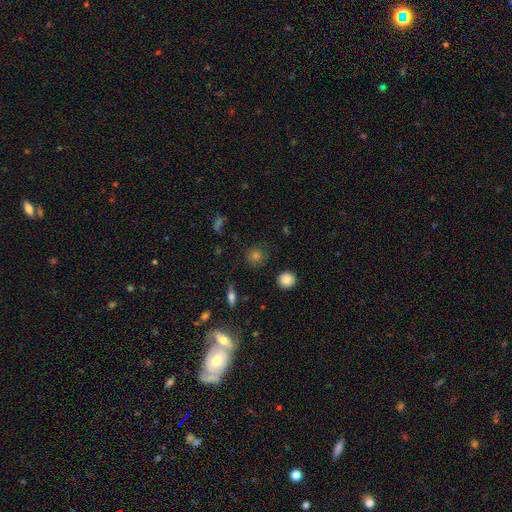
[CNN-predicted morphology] A smooth galaxy with no disk features (66%) that is round (89%).

Vote fractions:
- Smooth or featured? smooth: 66% / star or artifact: 23% / featured or disk: 11%
- How rounded? round: 89% / in between: 9% / cigar-shaped: 2%
- Merging? none: 86% / minor disturbance: 9% / major disturbance: 3% / merger: 2%